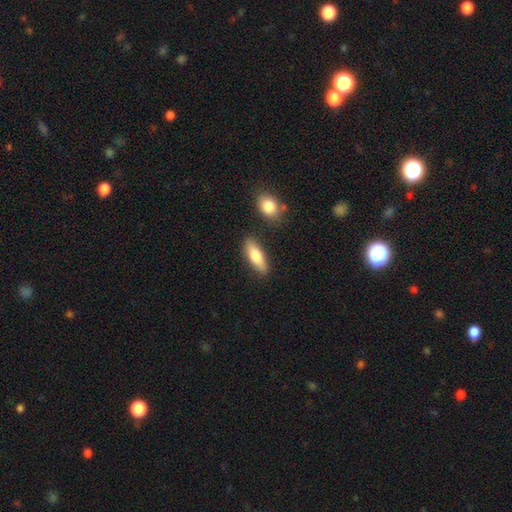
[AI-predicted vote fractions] Morphology: type=smooth (76%); roundness=in between (57%); merging=none (81%).